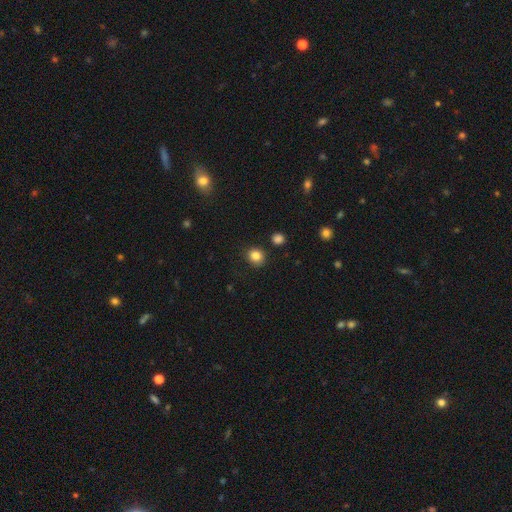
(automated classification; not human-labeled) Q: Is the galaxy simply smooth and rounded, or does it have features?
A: smooth — 84%.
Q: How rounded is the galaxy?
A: round — 83%.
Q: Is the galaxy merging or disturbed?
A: none — 88%.